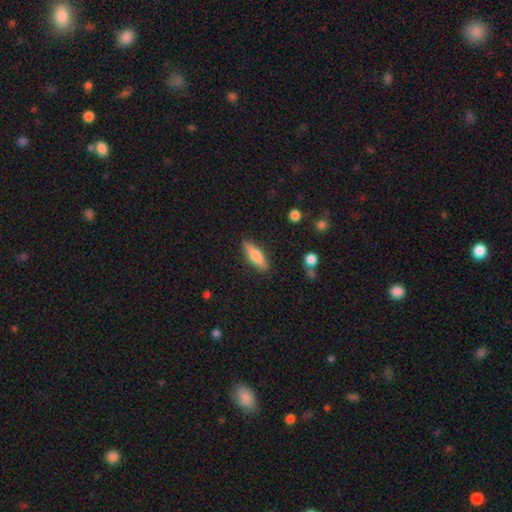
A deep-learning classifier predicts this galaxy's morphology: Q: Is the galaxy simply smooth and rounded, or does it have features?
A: smooth — 66%.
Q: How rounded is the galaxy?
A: cigar-shaped — 55%.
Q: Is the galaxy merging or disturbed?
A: none — 86%.